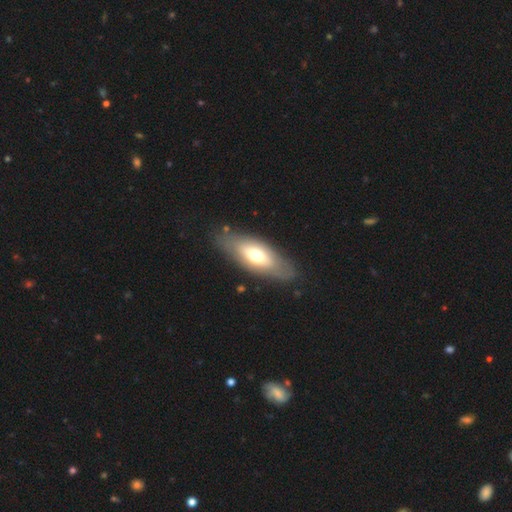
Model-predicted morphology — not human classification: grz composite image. It shows a smooth galaxy with no disk features (58%) that is in between round and cigar-shaped (78%). Merging: none (80%).